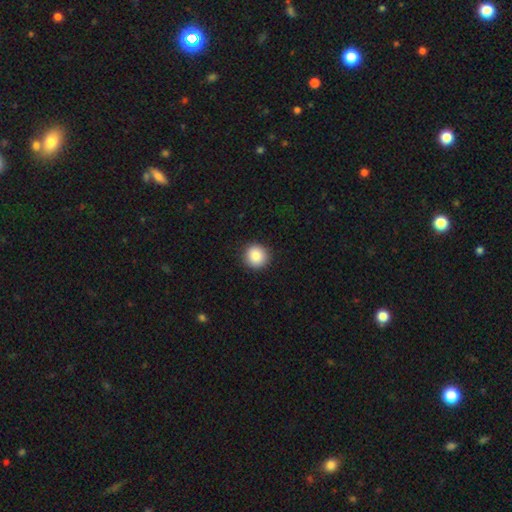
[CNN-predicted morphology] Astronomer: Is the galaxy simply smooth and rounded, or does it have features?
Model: smooth — 86%.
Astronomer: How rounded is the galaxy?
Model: round — 93%.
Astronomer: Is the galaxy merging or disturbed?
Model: none — 92%.